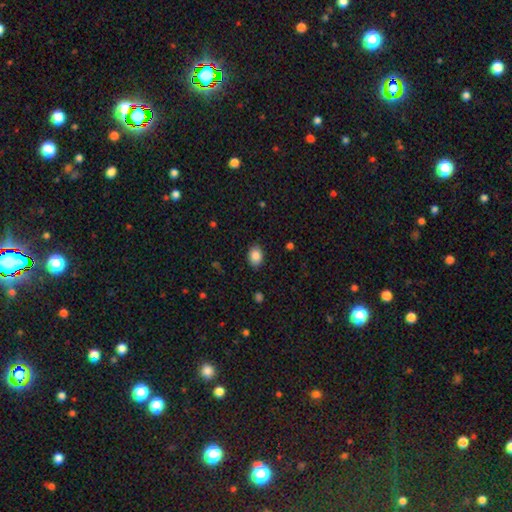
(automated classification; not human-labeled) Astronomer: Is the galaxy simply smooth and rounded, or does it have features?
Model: smooth — 86%.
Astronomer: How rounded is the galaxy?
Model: in between — 74%.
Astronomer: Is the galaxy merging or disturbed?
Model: none — 87%.